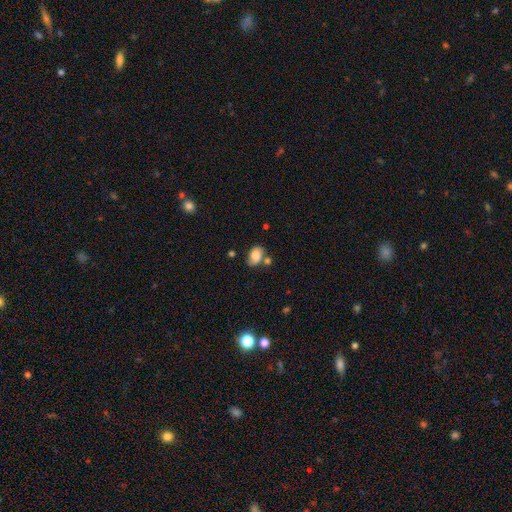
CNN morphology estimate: Smooth or featured? Predicted: smooth (p=0.71). How rounded? Predicted: in between (p=0.80). Merging? Predicted: none (p=0.52).